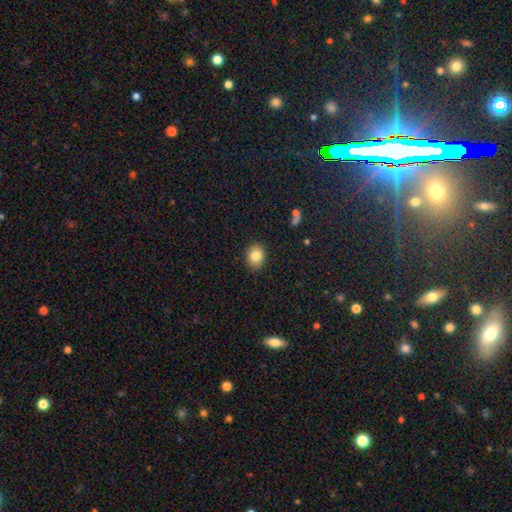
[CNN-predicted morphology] The model was most divided on "how rounded": in between: 62%, round: 37%, cigar-shaped: 1%. More confident: merging — none (88%); smooth or featured — smooth (83%).